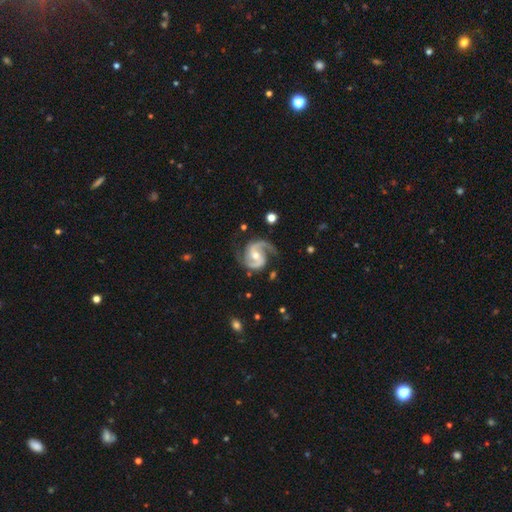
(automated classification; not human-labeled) This is clearly a featured or disk galaxy (93%). It is clearly not viewed edge-on (98%). Bar: marginally weak (40%). Spiral arm pattern: clearly yes (98%). Spiral arm count: clearly 2 (92%). Spiral winding: possibly medium (59%). Central bulge: likely moderate (61%). Merging: likely none (73%).